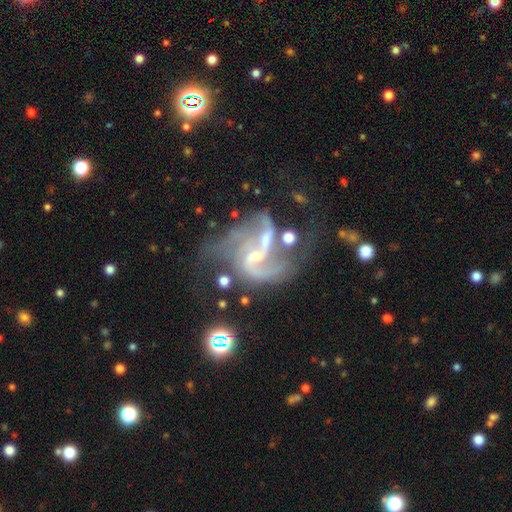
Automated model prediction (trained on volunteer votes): This appears to be a featured or disk galaxy (87%) with a weak bar (46%), 2 (77%) loose (50%) spiral arms (96%) and a small central bulge (62%). Merging: none (31%).